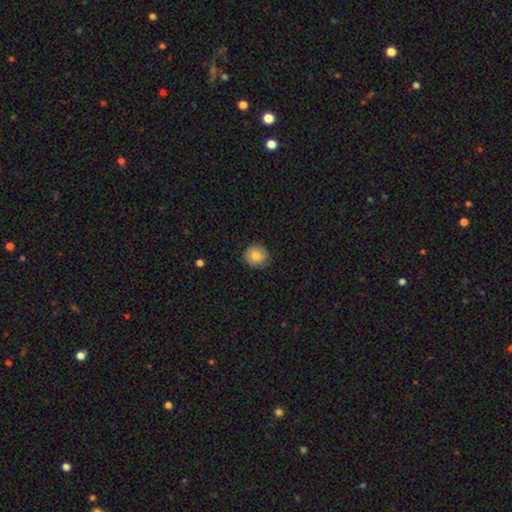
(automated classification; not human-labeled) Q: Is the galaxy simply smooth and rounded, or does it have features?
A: smooth — 79%.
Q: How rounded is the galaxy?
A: round — 92%.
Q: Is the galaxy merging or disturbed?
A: none — 84%.